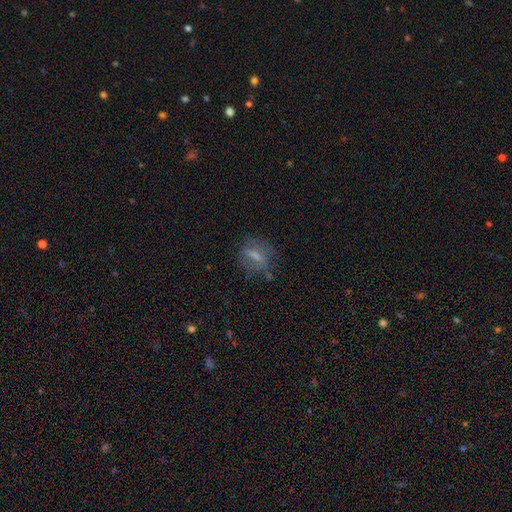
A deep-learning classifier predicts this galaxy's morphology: A smooth galaxy with no disk features (53%) that is in between round and cigar-shaped (50%). Merging: none (60%).